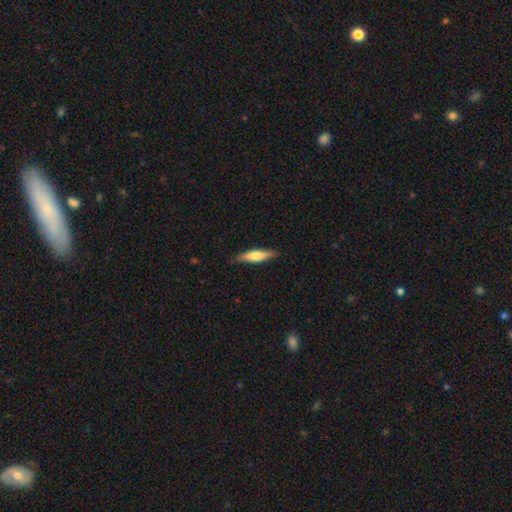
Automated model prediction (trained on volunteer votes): A smooth galaxy with no disk features (65%) that is cigar-shaped (72%). Merging: none (85%).